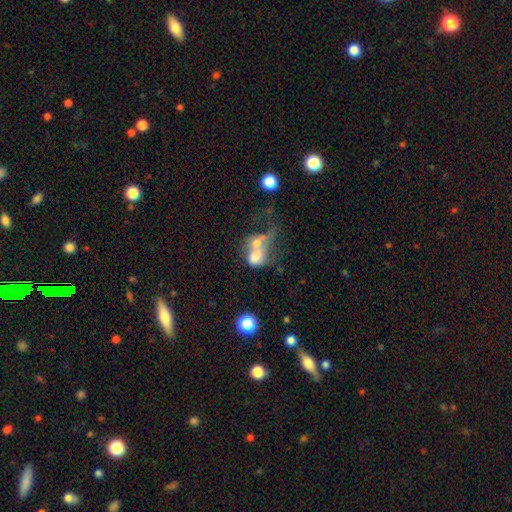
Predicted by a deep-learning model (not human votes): A smooth galaxy with no disk features (58%) that is in between round and cigar-shaped (68%). Merging: merger (61%).